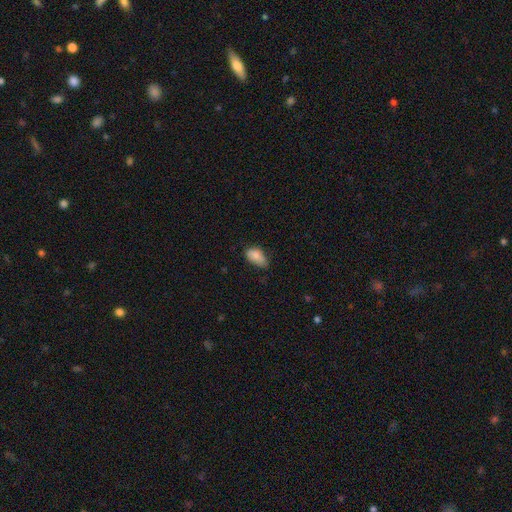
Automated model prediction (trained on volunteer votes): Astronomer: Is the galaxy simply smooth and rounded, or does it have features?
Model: smooth — 82%.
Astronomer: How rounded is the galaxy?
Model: in between — 92%.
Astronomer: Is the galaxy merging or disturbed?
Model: none — 51% (runner-up: minor disturbance, 39%).